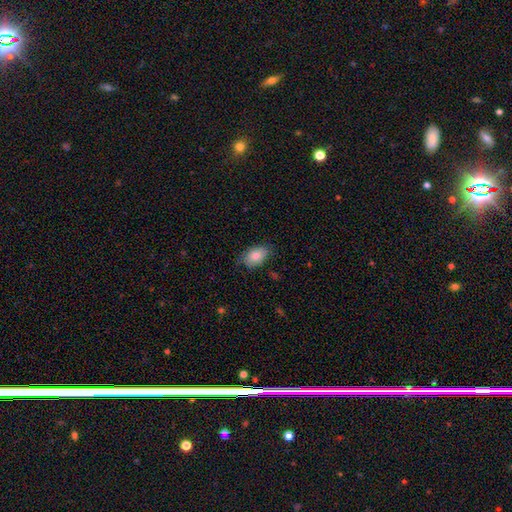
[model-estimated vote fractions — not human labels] Morphology: type=smooth (79%); roundness=in between (90%); merging=none (69%).